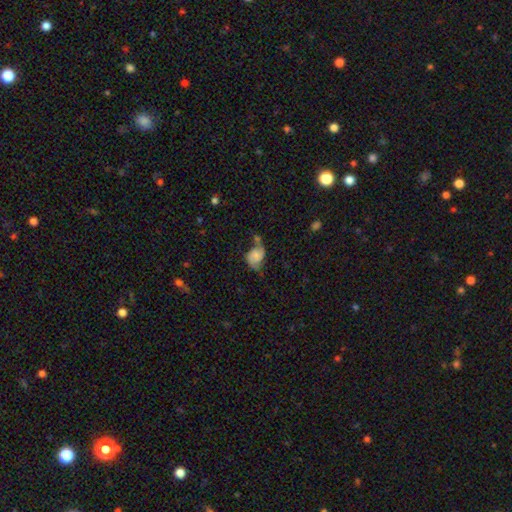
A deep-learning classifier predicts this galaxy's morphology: This is likely a featured or disk galaxy (67%). It is clearly not viewed edge-on (98%). Bar: possibly no (59%). Spiral arm pattern: clearly yes (92%). Spiral arm count: clearly 2 (89%). Spiral winding: marginally loose (42%). Central bulge: marginally none (40%). Merging: marginally none (39%).